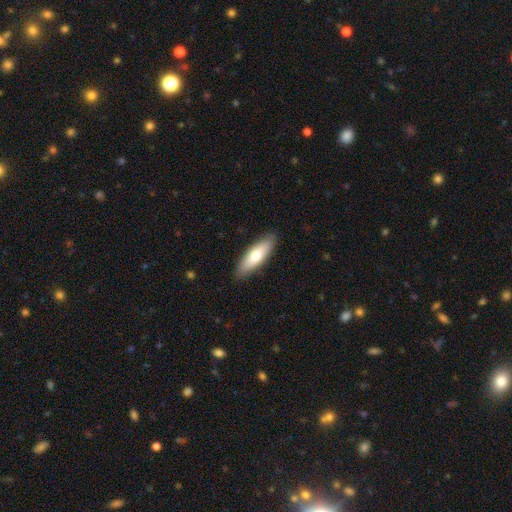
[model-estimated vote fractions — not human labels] The model was most divided on "how rounded": in between: 52%, cigar-shaped: 46%, round: 2%. More confident: merging — none (88%); smooth or featured — smooth (71%).